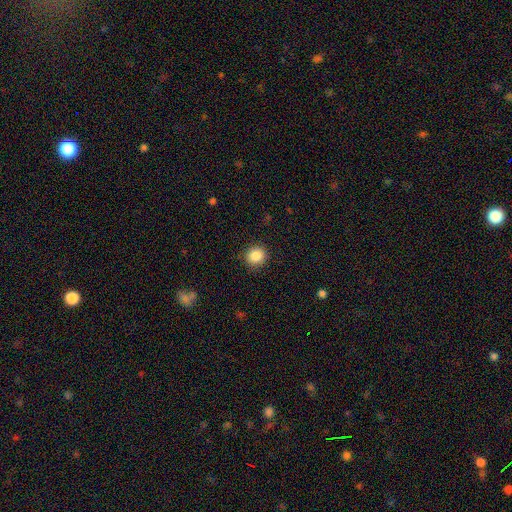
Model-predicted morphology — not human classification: Smooth or featured: smooth — 87% (star or artifact — 9%)
How rounded: round — 83% (in between — 16%)
Merging: none — 89% (minor disturbance — 8%)